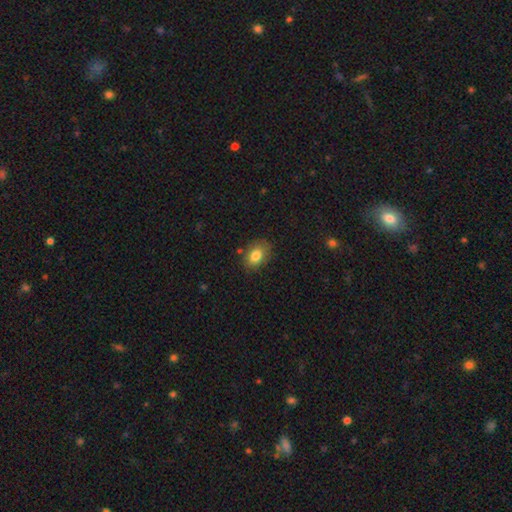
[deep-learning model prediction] Overall: smooth (82%). How rounded: in between (77%). Merging: none (79%).